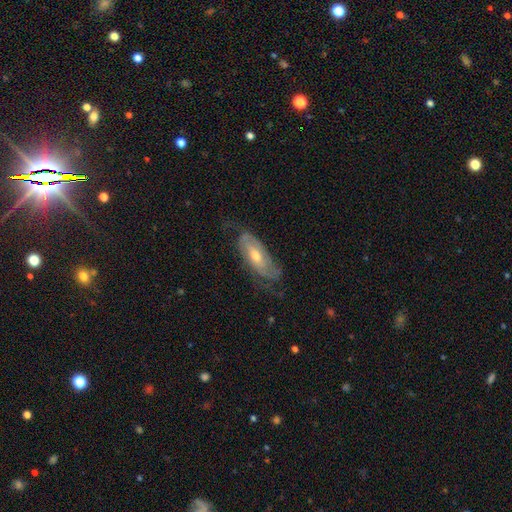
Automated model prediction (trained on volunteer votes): Smooth or featured? Predicted: featured or disk (p=0.70). Edge-on disk? Predicted: no (p=0.84). Bar? Predicted: no (p=0.57). Spiral arms? Predicted: yes (p=0.85). Bulge size? Predicted: moderate (p=0.66). Merging? Predicted: none (p=0.60).